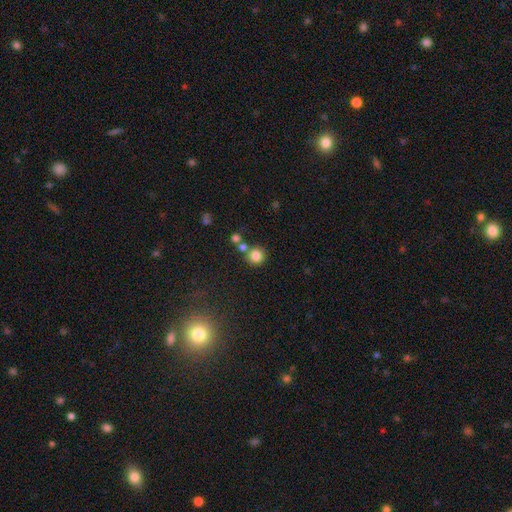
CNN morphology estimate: Smooth or featured: smooth — 82% (star or artifact — 12%)
How rounded: round — 92% (in between — 7%)
Merging: none — 72% (merger — 16%)